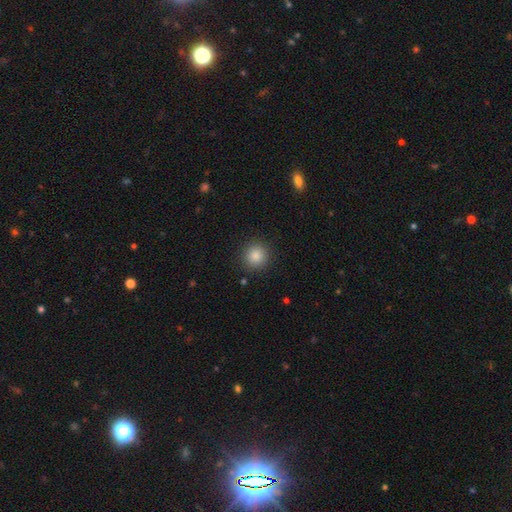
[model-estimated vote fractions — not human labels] This appears to be a smooth galaxy with no disk features (86%) that is round (93%). Merging: none (90%).